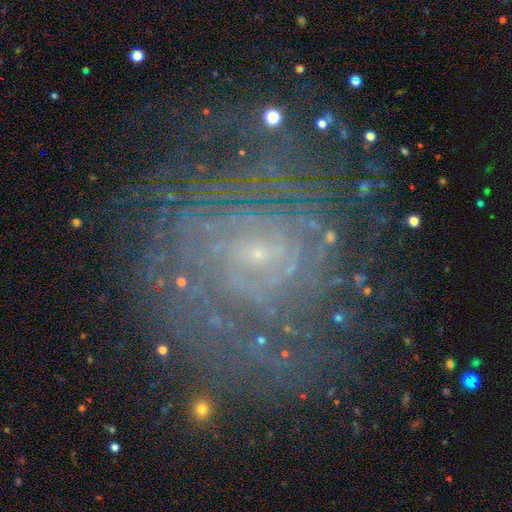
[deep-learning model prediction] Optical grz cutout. It shows a featured or disk galaxy (73%) with no bar (48%), tight (65%) spiral arms (82%) and a small central bulge (77%). Merging: none (72%).